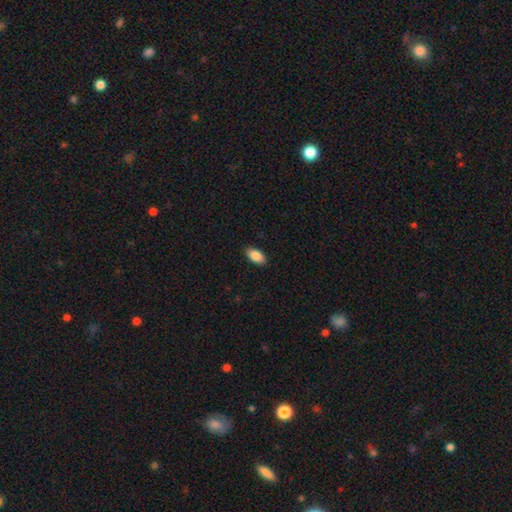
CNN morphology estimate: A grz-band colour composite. It shows a smooth galaxy with no disk features (88%) that is in between round and cigar-shaped (94%). Merging: none (89%).